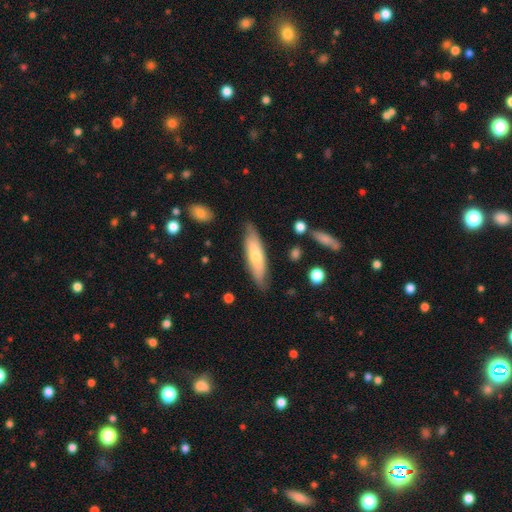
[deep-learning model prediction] Morphology: type=smooth (59%); roundness=cigar-shaped (66%); merging=none (78%).